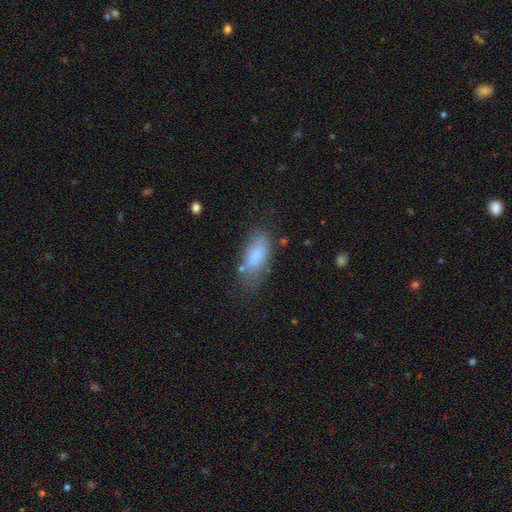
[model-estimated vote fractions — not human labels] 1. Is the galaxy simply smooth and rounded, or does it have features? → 77% smooth, 14% featured or disk, 8% star or artifact.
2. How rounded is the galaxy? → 82% in between, 15% cigar-shaped, 3% round.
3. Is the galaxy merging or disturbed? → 57% none, 27% minor disturbance, 11% major disturbance, 5% merger.